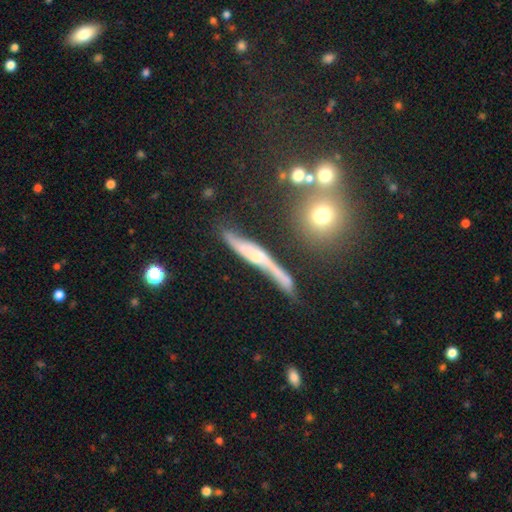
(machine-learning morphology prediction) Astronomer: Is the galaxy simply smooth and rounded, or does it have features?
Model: featured or disk — 71%.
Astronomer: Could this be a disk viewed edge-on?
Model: yes — 63%.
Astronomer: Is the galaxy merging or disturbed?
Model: none — 57%.